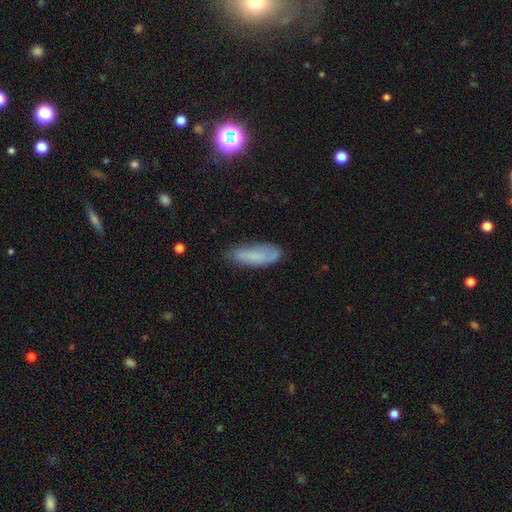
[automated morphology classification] Smooth or featured?
  - smooth: 72% *
  - featured or disk: 19%
  - star or artifact: 9%
How rounded?
  - in between: 58% *
  - cigar-shaped: 40%
  - round: 2%
Merging?
  - none: 67% *
  - minor disturbance: 24%
  - major disturbance: 6%
  - merger: 2%